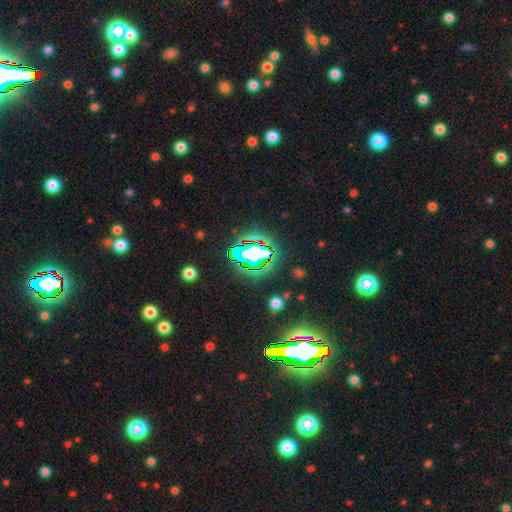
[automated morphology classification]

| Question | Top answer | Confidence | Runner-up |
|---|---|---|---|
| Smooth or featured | star or artifact | 76% | smooth (13%) |